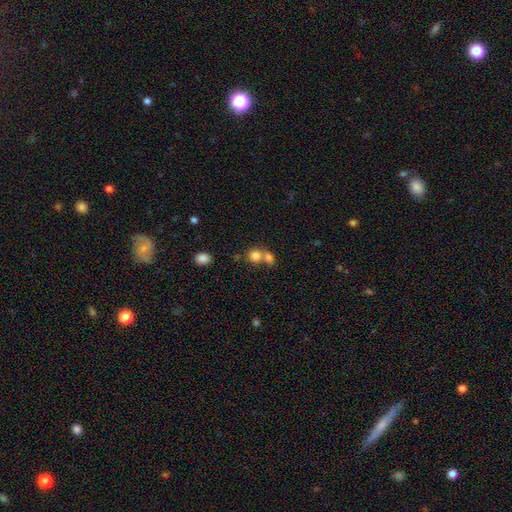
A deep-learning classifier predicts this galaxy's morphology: Smooth or featured? Predicted: smooth (p=0.81). How rounded? Predicted: round (p=0.82). Merging? Predicted: merger (p=0.51).